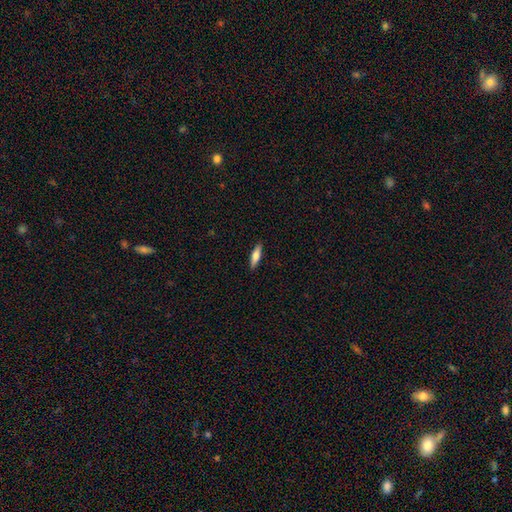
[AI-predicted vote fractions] Overall: smooth (66%; featured or disk 28%). How rounded: cigar-shaped (64%; in between 34%). Merging: none (90%).